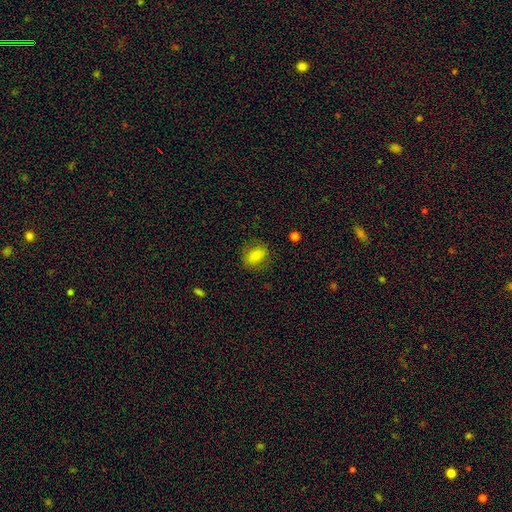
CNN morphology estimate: This is likely a smooth galaxy (76%). How rounded: likely in between (62%). Merging: likely none (79%).